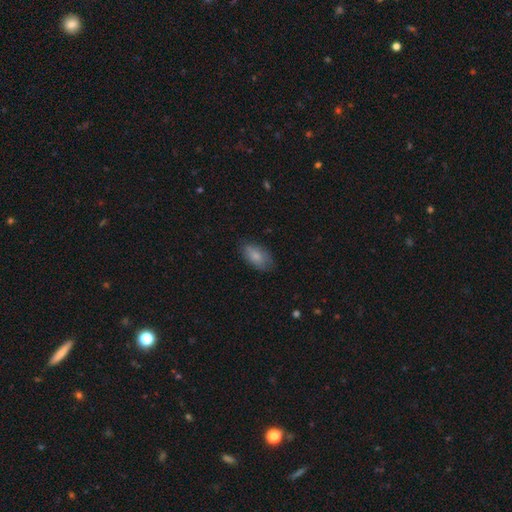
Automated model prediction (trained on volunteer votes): This is likely a smooth galaxy (80%). How rounded: clearly in between (92%). Merging: likely none (73%).